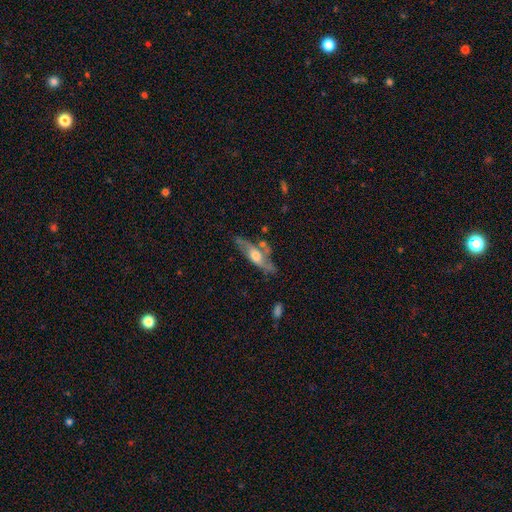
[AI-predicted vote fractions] This appears to be a featured or disk galaxy (65%). Merging: none (60%).